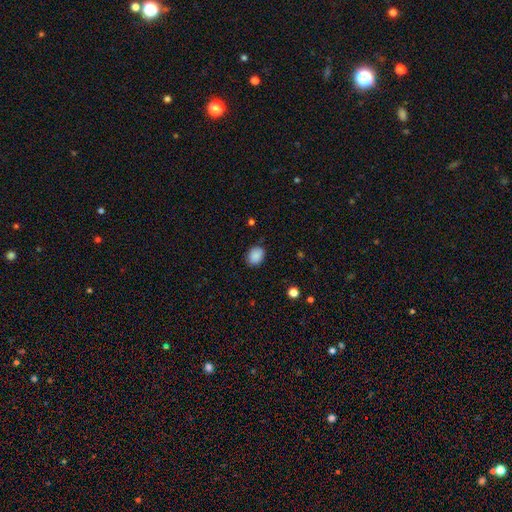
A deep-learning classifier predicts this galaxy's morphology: A smooth galaxy with no disk features (88%) that is in between round and cigar-shaped (58%). Merging: none (82%).